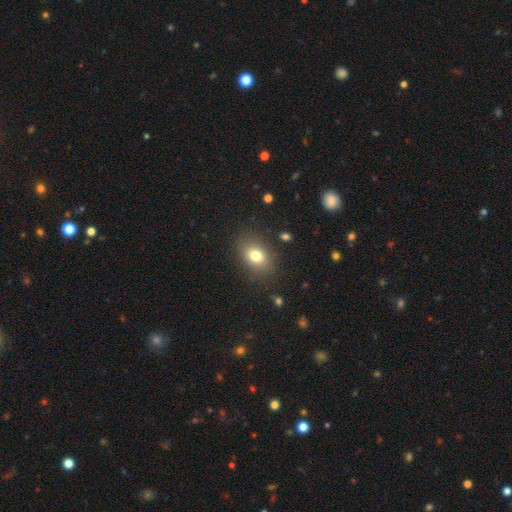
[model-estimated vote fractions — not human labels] smooth 77%, featured or disk 11%, star or artifact 11%. Down the decision tree: how rounded — in between (73%); merging — none (84%).